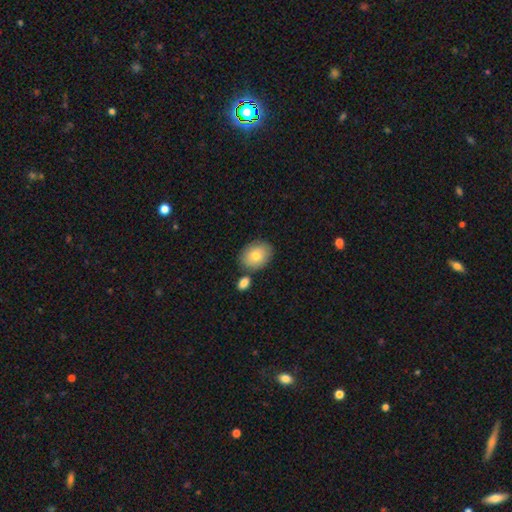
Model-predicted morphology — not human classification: The model was most divided on "how rounded": in between: 67%, round: 32%, cigar-shaped: 1%. More confident: smooth or featured — smooth (79%); merging — none (72%).